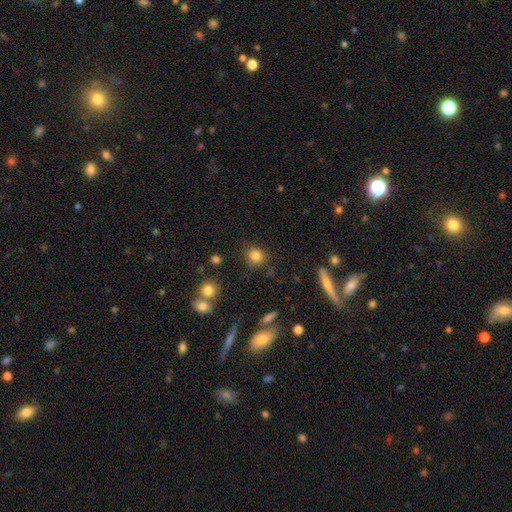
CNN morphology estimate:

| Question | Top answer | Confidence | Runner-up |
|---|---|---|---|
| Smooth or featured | smooth | 83% | star or artifact (12%) |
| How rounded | round | 85% | in between (14%) |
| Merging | none | 84% | minor disturbance (10%) |